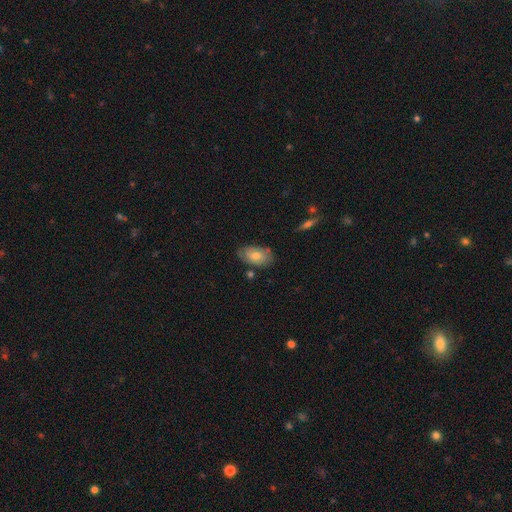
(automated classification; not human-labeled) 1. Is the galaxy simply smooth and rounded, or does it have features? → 56% smooth, 37% featured or disk, 7% star or artifact.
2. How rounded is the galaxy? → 92% in between, 6% round, 2% cigar-shaped.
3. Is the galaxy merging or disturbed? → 73% none, 19% minor disturbance, 4% major disturbance, 4% merger.